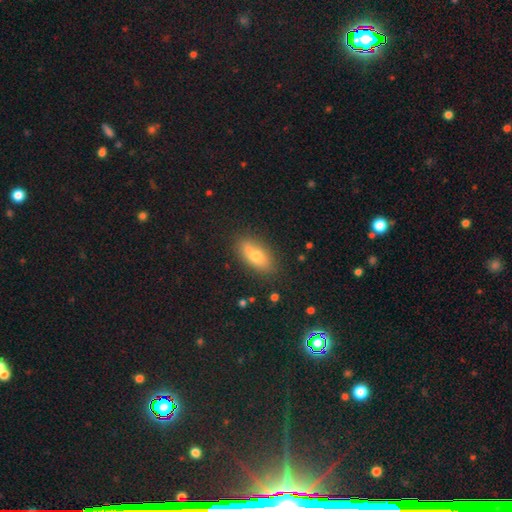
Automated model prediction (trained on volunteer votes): Smooth or featured? smooth (69%)
How rounded? in between (83%)
Merging? none (60%)